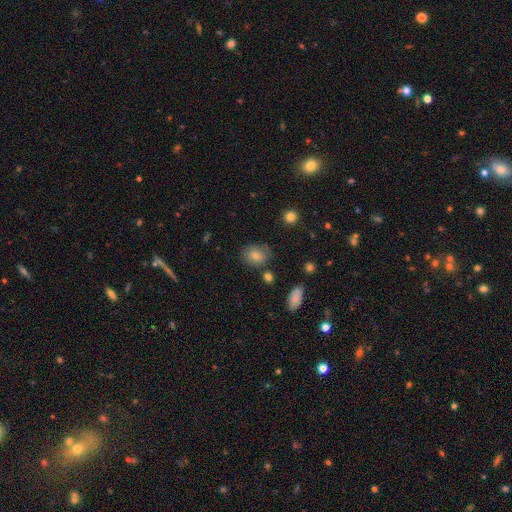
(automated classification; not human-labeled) The model was most divided on "how rounded": round: 50%, in between: 49%, cigar-shaped: 1%. More confident: smooth or featured — smooth (78%); merging — none (73%).